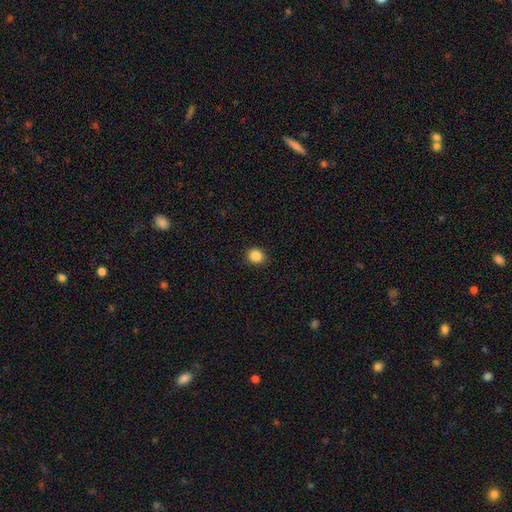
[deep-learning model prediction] This appears to be a smooth galaxy with no disk features (87%) that is round (74%). Merging: none (89%).